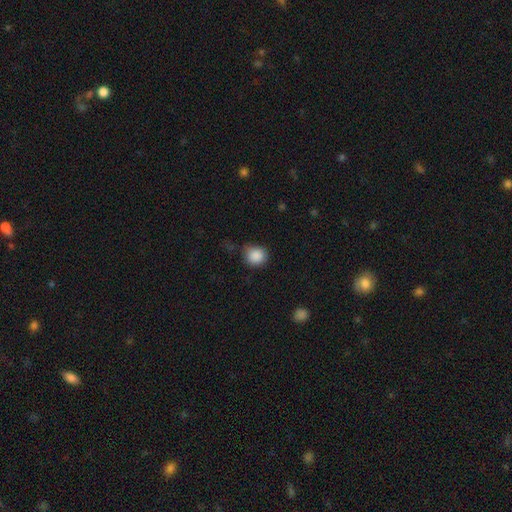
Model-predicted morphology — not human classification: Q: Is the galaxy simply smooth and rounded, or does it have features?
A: smooth — 88%.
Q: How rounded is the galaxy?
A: round — 83%.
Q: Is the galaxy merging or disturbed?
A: none — 71%.